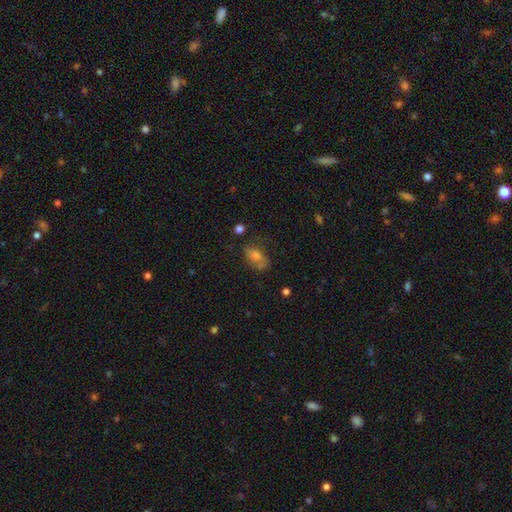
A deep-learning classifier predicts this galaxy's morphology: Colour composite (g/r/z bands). It shows a smooth galaxy with no disk features (54%) that is in between round and cigar-shaped (80%). Merging: none (53%).